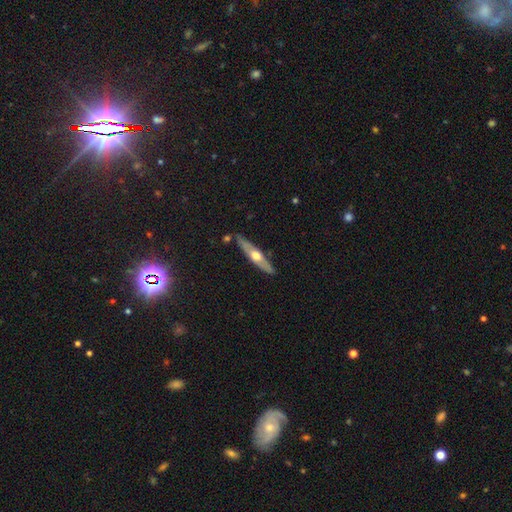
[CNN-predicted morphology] This appears to be a featured or disk galaxy (61%) viewed edge-on (88%) with a rounded central bulge (91%). Merging: none (83%).